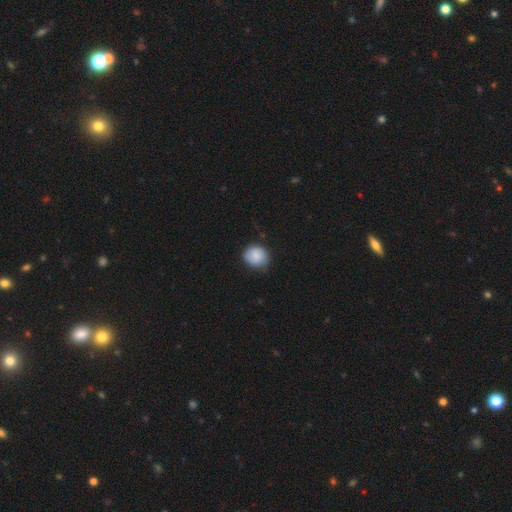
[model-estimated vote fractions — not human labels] smooth 86%, star or artifact 7%, featured or disk 6%. Down the decision tree: how rounded — round (77%); merging — none (74%).